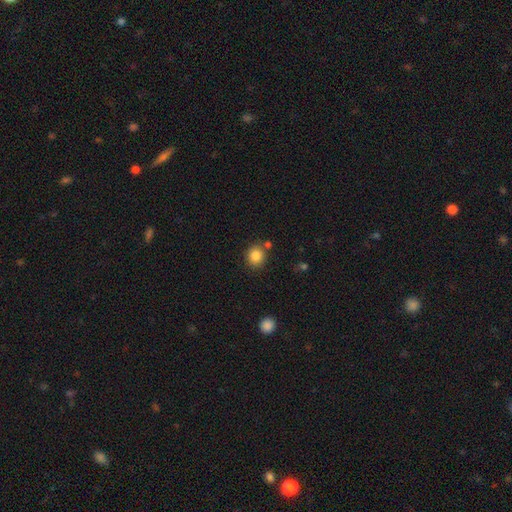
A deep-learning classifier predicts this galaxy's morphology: Smooth or featured: smooth — 85% (star or artifact — 10%)
How rounded: round — 80% (in between — 19%)
Merging: none — 77% (minor disturbance — 10%)